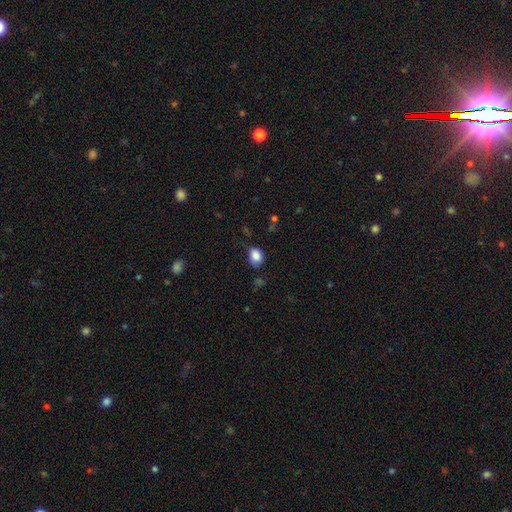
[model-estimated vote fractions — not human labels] Smooth or featured? smooth (86%)
How rounded? in between (59%)
Merging? none (67%)